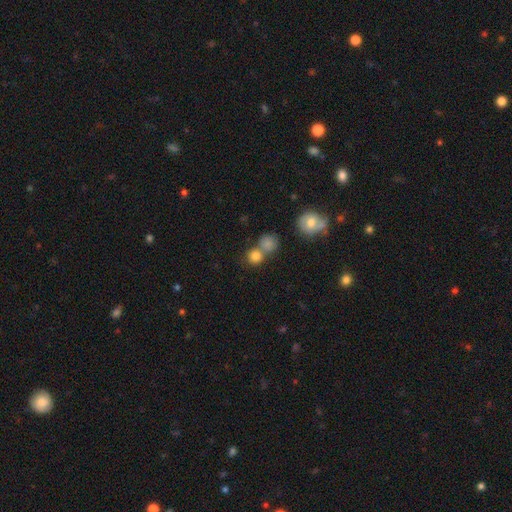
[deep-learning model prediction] smooth_or_featured: smooth (p=0.82) [alt: star or artifact p=0.11]
how_rounded: round (p=0.87) [alt: in between p=0.12]
merging: none (p=0.52) [alt: merger p=0.37]